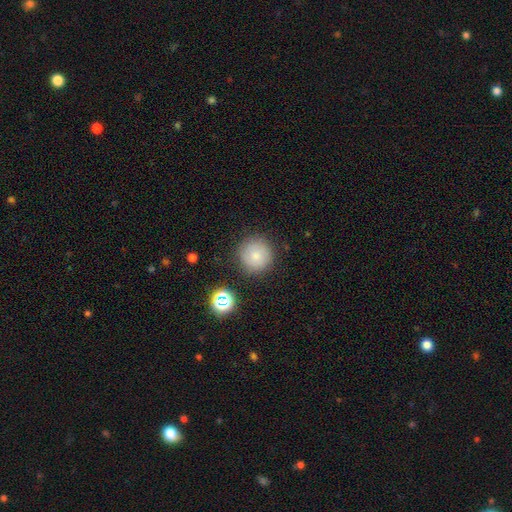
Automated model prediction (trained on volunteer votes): A smooth galaxy with no disk features (79%) that is round (95%). Merging: none (83%).